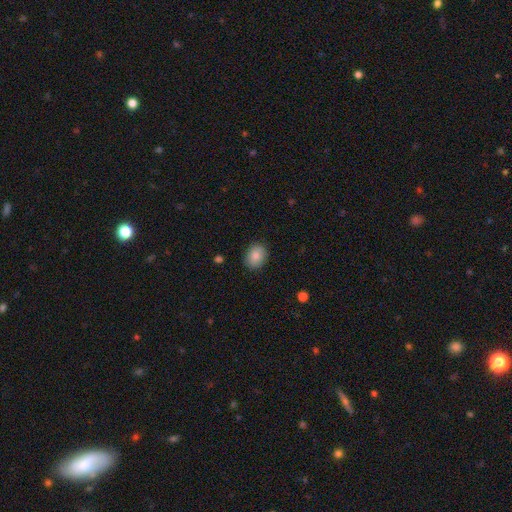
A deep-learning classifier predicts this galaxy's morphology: type=smooth (87%); roundness=in between (58%); merging=none (88%).